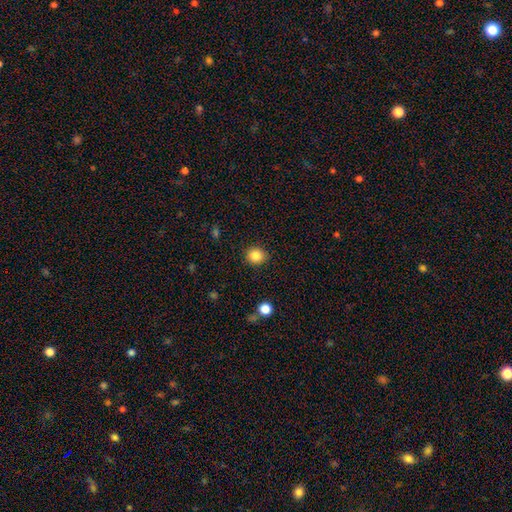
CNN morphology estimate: Smooth or featured? smooth (85%)
How rounded? round (81%)
Merging? none (89%)